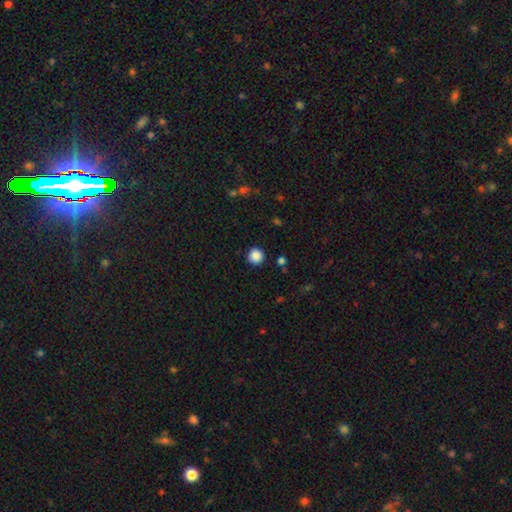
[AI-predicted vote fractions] Q: Smooth or featured?
A: smooth (87%); runner-up: star or artifact (10%)
Q: How rounded?
A: round (95%); runner-up: in between (4%)
Q: Merging?
A: none (91%); runner-up: minor disturbance (5%)